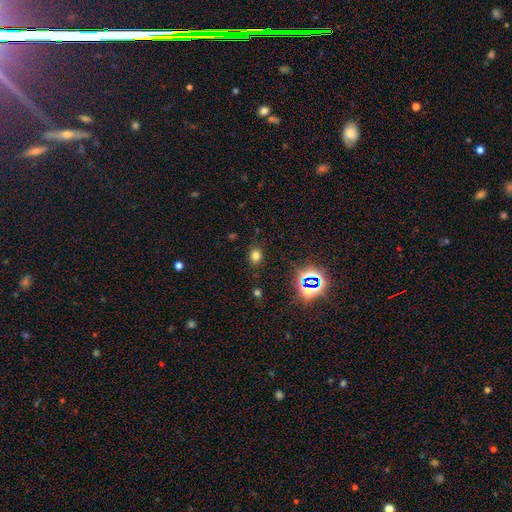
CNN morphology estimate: Q: Smooth or featured?
A: smooth (71%); runner-up: star or artifact (23%)
Q: How rounded?
A: round (57%); runner-up: in between (42%)
Q: Merging?
A: none (85%); runner-up: minor disturbance (10%)